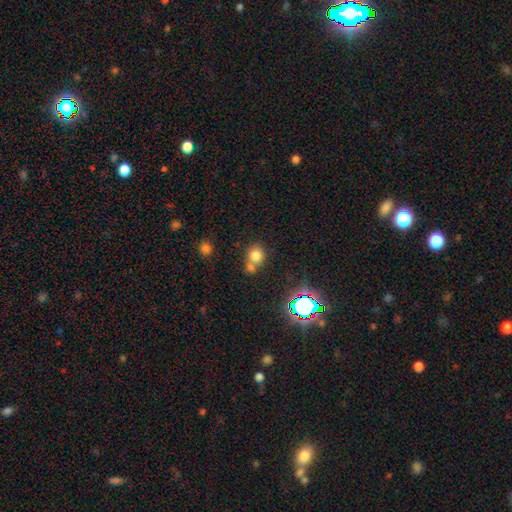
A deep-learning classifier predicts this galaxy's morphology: smooth-or-featured: smooth: 76% | star or artifact: 15% | featured or disk: 8%
  how-rounded: round: 72% | in between: 27% | cigar-shaped: 1%
  merging: none: 46% | merger: 40% | minor disturbance: 10% | major disturbance: 4%